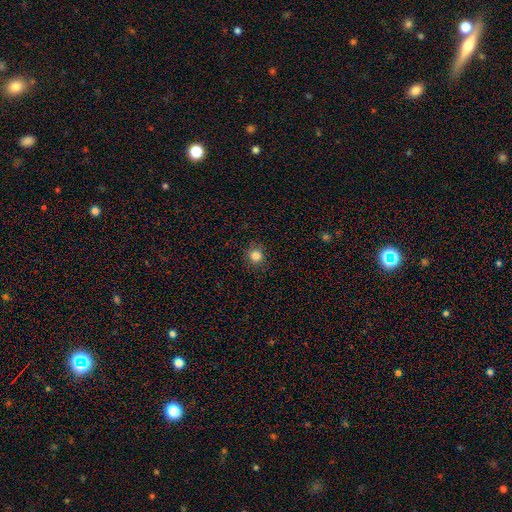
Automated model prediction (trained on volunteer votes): A smooth galaxy with no disk features (83%) that is round (92%). Merging: none (90%).